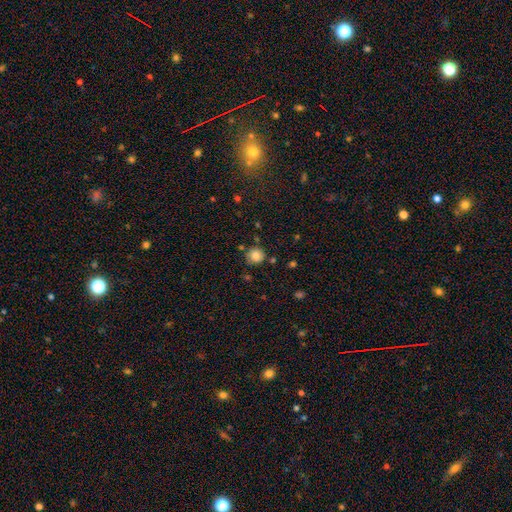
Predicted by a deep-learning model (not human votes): Morphology: type=smooth (82%); roundness=round (92%); merging=none (81%).